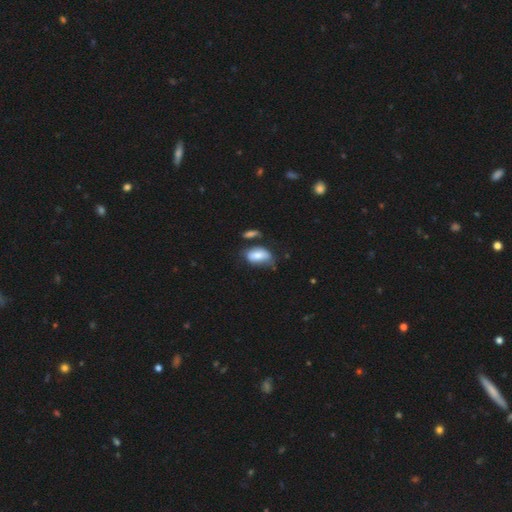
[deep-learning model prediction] Smooth or featured: smooth — 73% (featured or disk — 19%)
How rounded: in between — 89% (round — 8%)
Merging: none — 43% (minor disturbance — 29%)